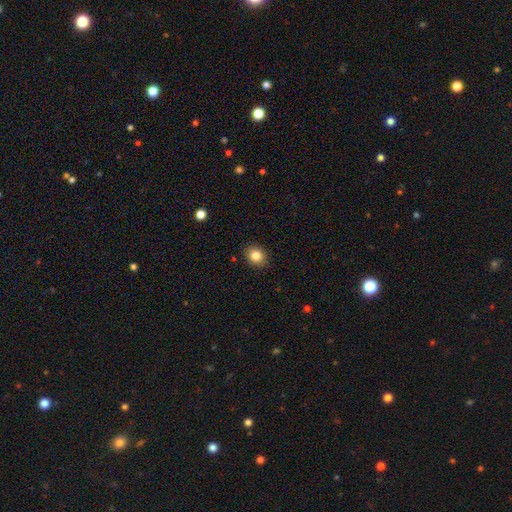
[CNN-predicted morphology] A smooth galaxy with no disk features (84%) that is round (61%).

Vote fractions:
- Smooth or featured? smooth: 84% / star or artifact: 10% / featured or disk: 6%
- How rounded? round: 61% / in between: 38% / cigar-shaped: 1%
- Merging? none: 89% / minor disturbance: 8% / major disturbance: 2% / merger: 1%